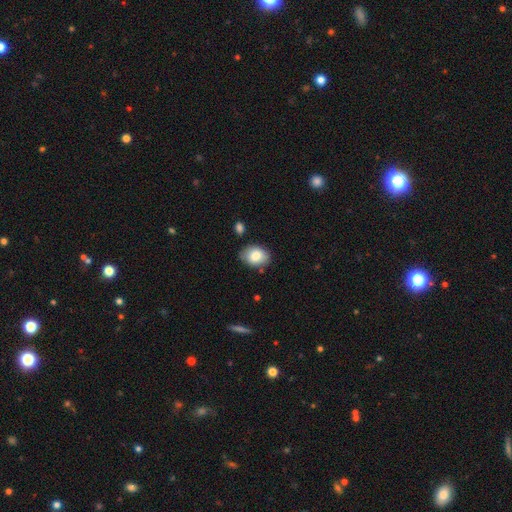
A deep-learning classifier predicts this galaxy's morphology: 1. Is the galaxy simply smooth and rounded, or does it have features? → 81% smooth, 11% featured or disk, 8% star or artifact.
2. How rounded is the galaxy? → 67% in between, 32% round, 1% cigar-shaped.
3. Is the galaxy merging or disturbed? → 76% none, 17% minor disturbance, 4% merger, 3% major disturbance.